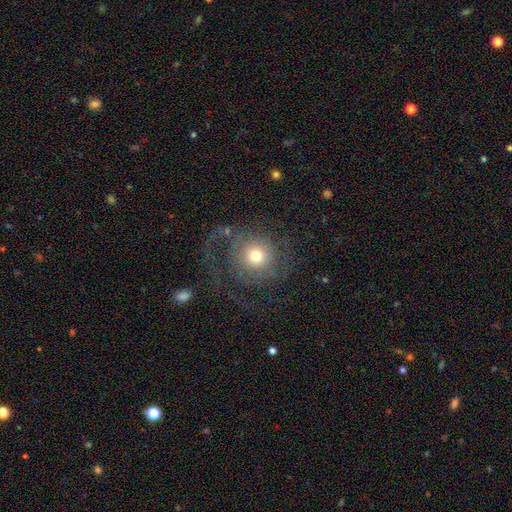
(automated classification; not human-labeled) Smooth or featured?
  - featured or disk: 60% *
  - smooth: 30%
  - star or artifact: 9%
Edge-on disk?
  - no: 97% *
  - yes: 3%
Bar?
  - no: 82% *
  - weak: 14%
  - strong: 3%
Spiral arms?
  - yes: 81% *
  - no: 19%
Bulge size?
  - moderate: 60% *
  - small: 22%
  - large: 14%
  - dominant: 3%
  - none: 1%
Merging?
  - none: 55% *
  - major disturbance: 30%
  - minor disturbance: 13%
  - merger: 3%